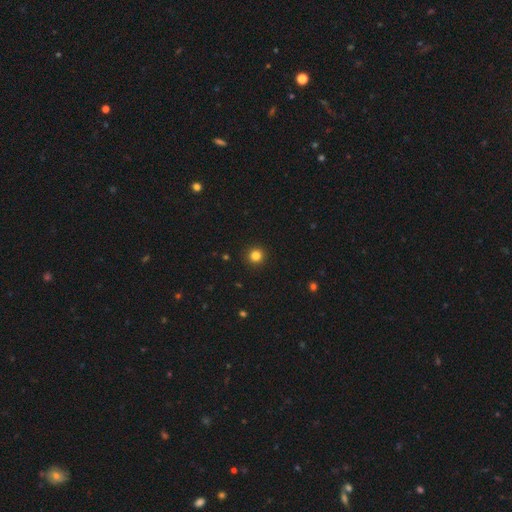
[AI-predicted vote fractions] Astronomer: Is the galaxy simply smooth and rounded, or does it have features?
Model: smooth — 83%.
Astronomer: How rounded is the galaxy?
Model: round — 95%.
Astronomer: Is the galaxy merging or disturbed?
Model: none — 93%.